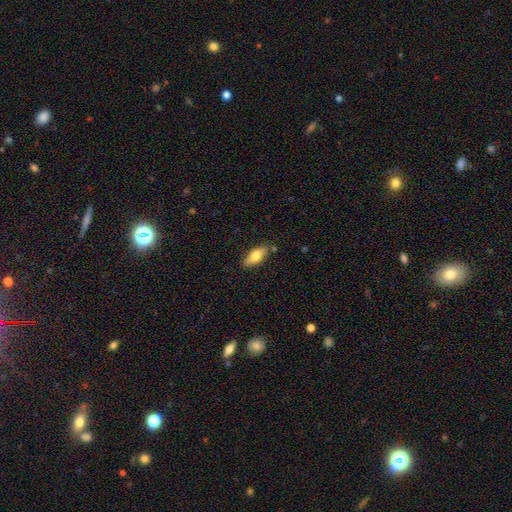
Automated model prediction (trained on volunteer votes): smooth_or_featured: smooth (p=0.73) [alt: featured or disk p=0.20]
how_rounded: in between (p=0.80) [alt: cigar-shaped p=0.17]
merging: none (p=0.83) [alt: minor disturbance p=0.12]